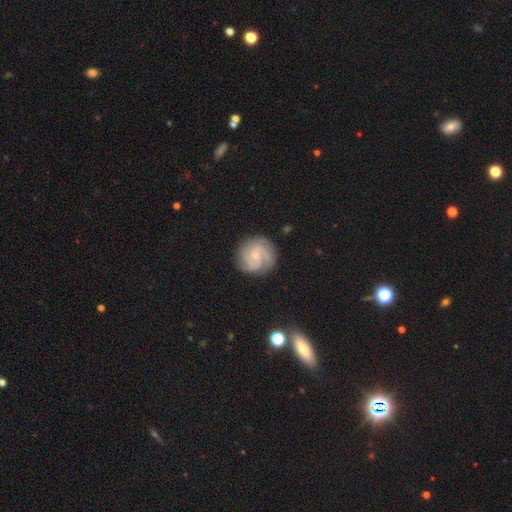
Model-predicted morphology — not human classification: This is clearly a featured or disk galaxy (80%). It is clearly not viewed edge-on (98%). Bar: likely no (66%). Spiral arm pattern: clearly yes (97%). Spiral arm count: marginally 2 (36%). Spiral winding: possibly tight (58%). Central bulge: likely small (73%). Merging: clearly none (81%).